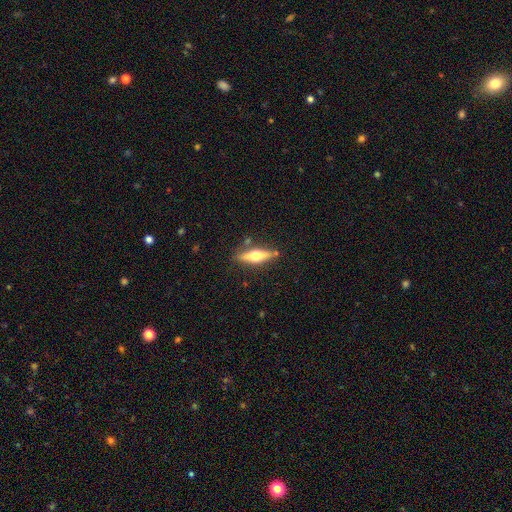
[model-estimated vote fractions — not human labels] A featured or disk galaxy (57%) viewed edge-on (93%) with a rounded central bulge (95%). Merging: none (82%).